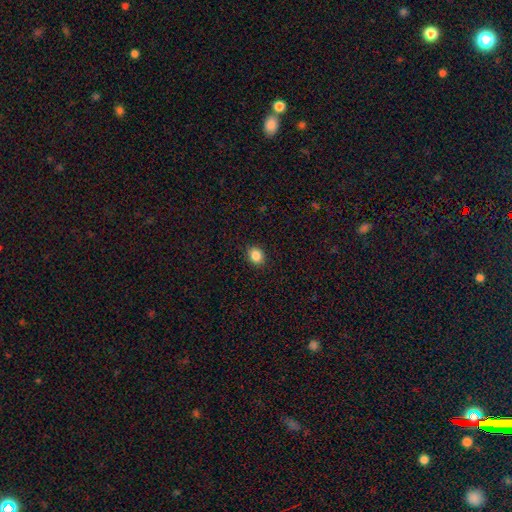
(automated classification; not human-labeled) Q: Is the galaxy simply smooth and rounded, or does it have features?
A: smooth — 86%.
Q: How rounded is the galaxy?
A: round — 56%.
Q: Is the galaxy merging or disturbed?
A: none — 90%.